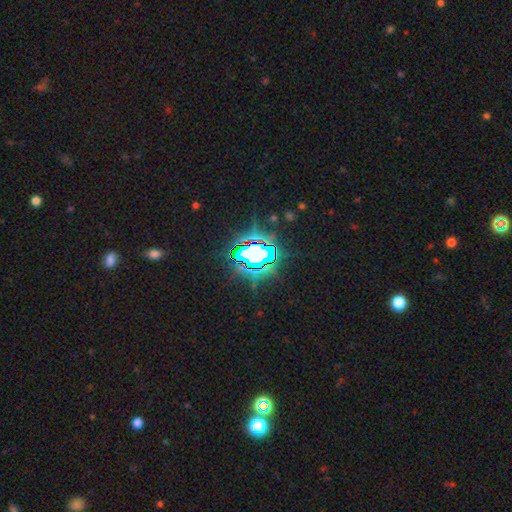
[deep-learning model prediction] Smooth or featured? star or artifact (74%)